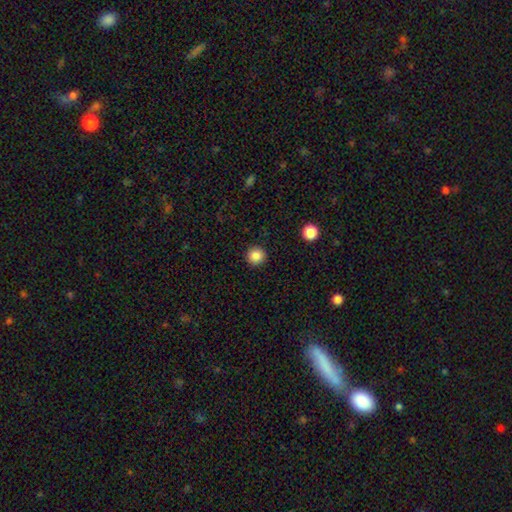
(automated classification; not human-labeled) Smooth or featured? Predicted: smooth (p=0.86). How rounded? Predicted: round (p=0.95). Merging? Predicted: none (p=0.93).